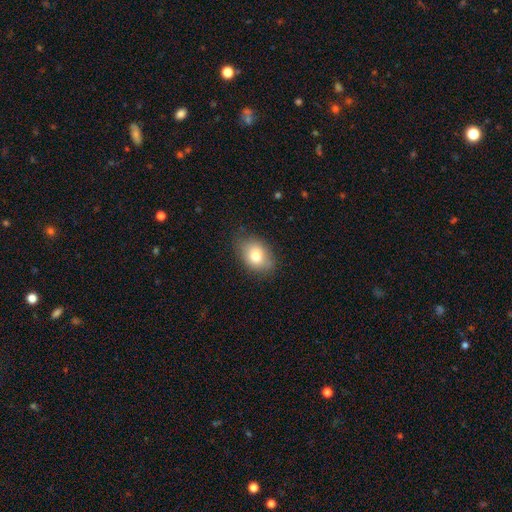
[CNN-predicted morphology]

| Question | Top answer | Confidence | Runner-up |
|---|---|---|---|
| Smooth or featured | smooth | 79% | featured or disk (13%) |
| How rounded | in between | 78% | round (21%) |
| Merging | none | 77% | minor disturbance (18%) |